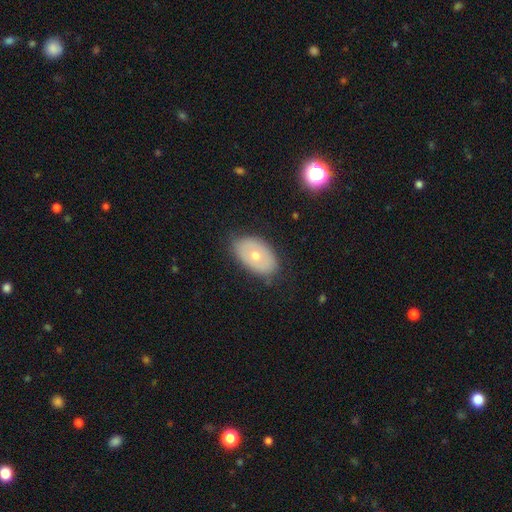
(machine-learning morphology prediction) smooth 56%, featured or disk 36%, star or artifact 7%. Down the decision tree: how rounded — in between (89%); merging — none (79%).